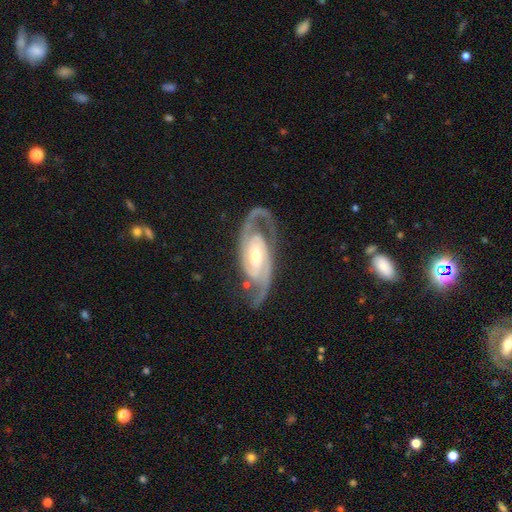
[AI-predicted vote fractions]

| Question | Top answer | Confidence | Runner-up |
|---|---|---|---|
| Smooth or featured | featured or disk | 92% | smooth (4%) |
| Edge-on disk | no | 96% | yes (4%) |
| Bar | no | 41% | weak (39%) |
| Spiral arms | yes | 98% | no (2%) |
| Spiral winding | medium | 48% | tight (38%) |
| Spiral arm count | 2 | 90% | can't tell (3%) |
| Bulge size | moderate | 62% | small (29%) |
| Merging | none | 75% | minor disturbance (15%) |